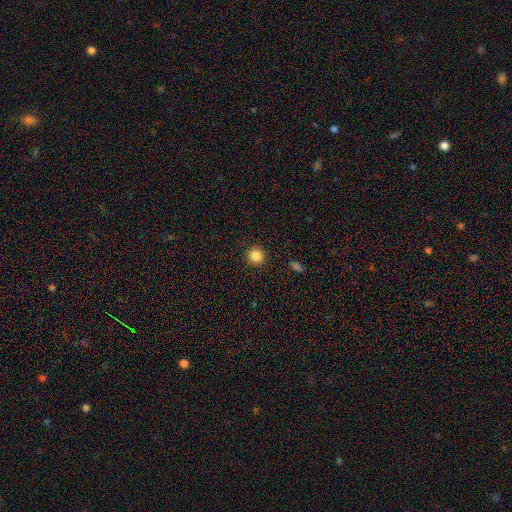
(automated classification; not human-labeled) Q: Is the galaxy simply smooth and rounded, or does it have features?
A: smooth — 85%.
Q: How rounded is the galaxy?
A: round — 95%.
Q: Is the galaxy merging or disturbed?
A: none — 92%.